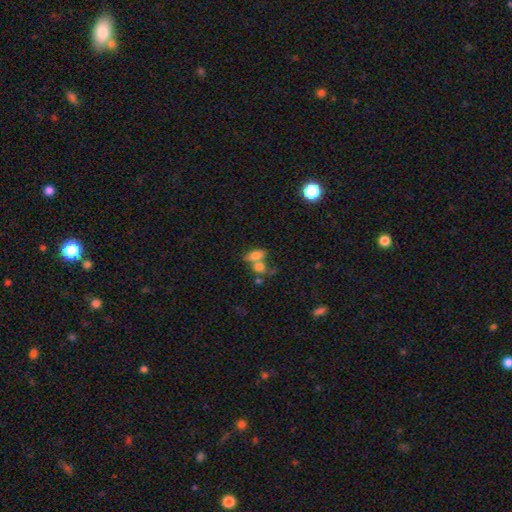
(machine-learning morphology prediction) Smooth or featured: smooth — 72% (featured or disk — 17%)
How rounded: in between — 77% (round — 15%)
Merging: merger — 49% (none — 34%)